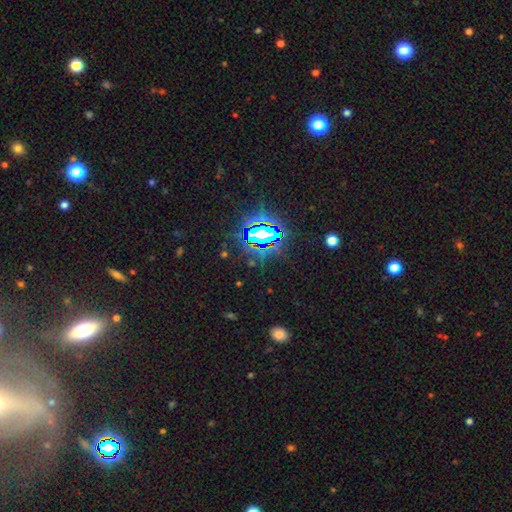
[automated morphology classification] The model was most divided on "smooth or featured": star or artifact: 81%, smooth: 11%, featured or disk: 8%.